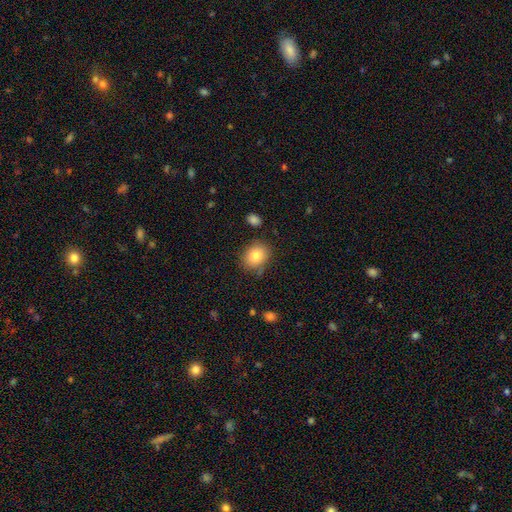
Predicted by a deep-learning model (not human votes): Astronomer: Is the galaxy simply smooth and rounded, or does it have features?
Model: smooth — 82%.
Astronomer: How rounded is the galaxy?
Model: round — 57% (runner-up: in between, 42%).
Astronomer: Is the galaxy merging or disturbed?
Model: none — 78%.